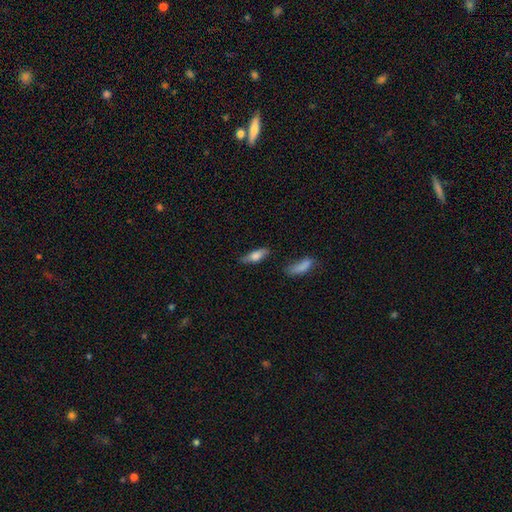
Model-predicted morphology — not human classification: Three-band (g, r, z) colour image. It shows a smooth galaxy with no disk features (70%) that is in between round and cigar-shaped (60%). Merging: none (69%).